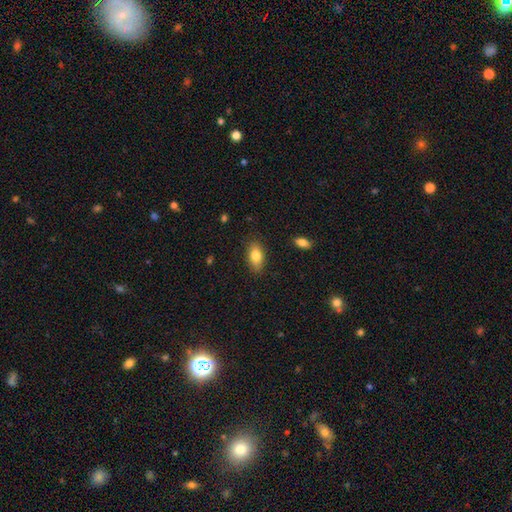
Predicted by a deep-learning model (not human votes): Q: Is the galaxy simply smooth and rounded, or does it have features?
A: smooth — 81%.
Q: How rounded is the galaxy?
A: in between — 89%.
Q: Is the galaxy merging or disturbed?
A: none — 85%.